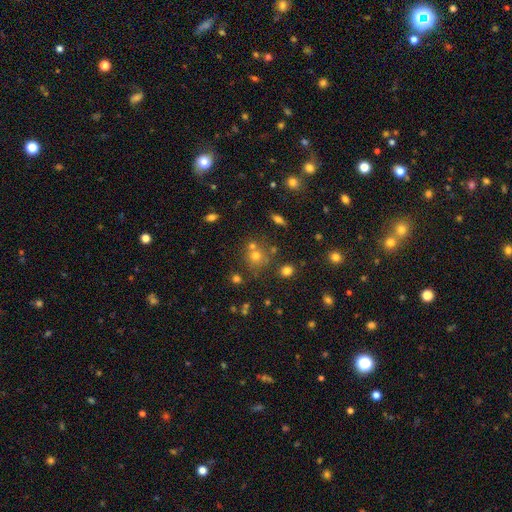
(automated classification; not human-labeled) Q: Smooth or featured?
A: smooth (63%); runner-up: star or artifact (24%)
Q: How rounded?
A: round (86%); runner-up: in between (13%)
Q: Merging?
A: none (61%); runner-up: merger (24%)